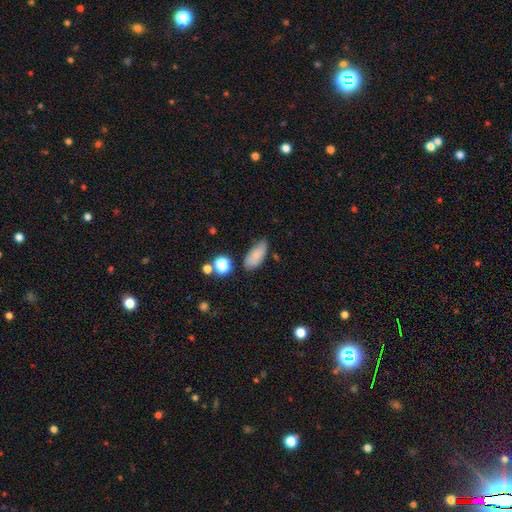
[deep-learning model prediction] This appears to be a smooth galaxy with no disk features (81%) that is in between round and cigar-shaped (86%). Merging: none (68%).